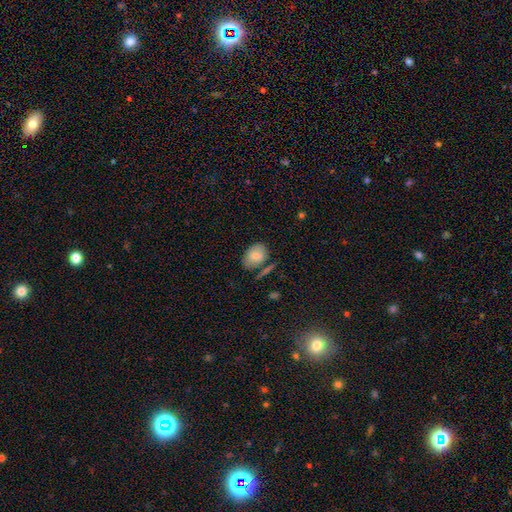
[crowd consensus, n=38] Q: Smooth or featured?
A: smooth (76%); runner-up: featured or disk (24%)
Q: How rounded?
A: in between (86%); runner-up: round (14%)
Q: Merging?
A: none (71%); runner-up: minor disturbance (13%)